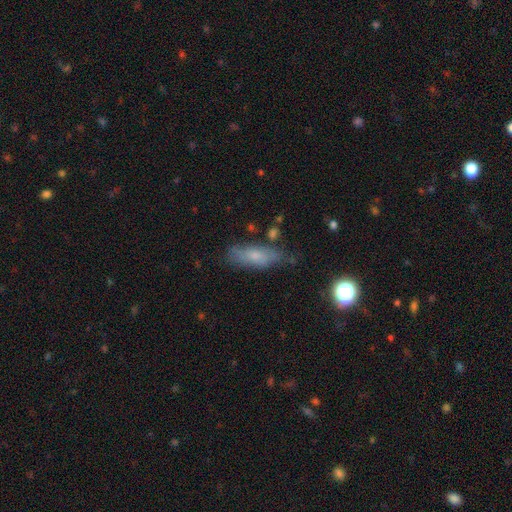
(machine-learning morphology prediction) The model was most divided on "how rounded": in between: 58%, cigar-shaped: 39%, round: 3%. More confident: merging — none (66%); smooth or featured — smooth (63%).